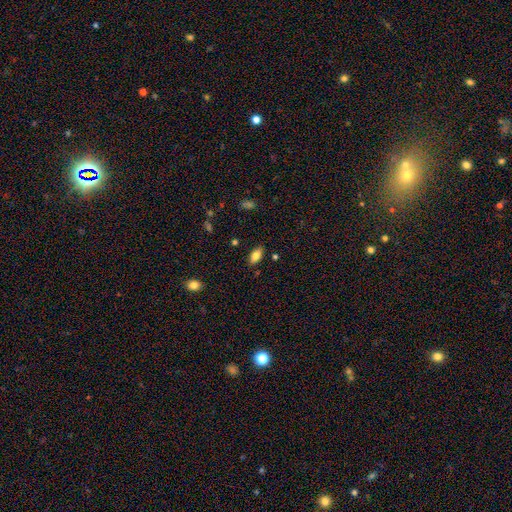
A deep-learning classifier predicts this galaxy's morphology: A smooth galaxy with no disk features (80%) that is in between round and cigar-shaped (89%). Merging: none (86%).